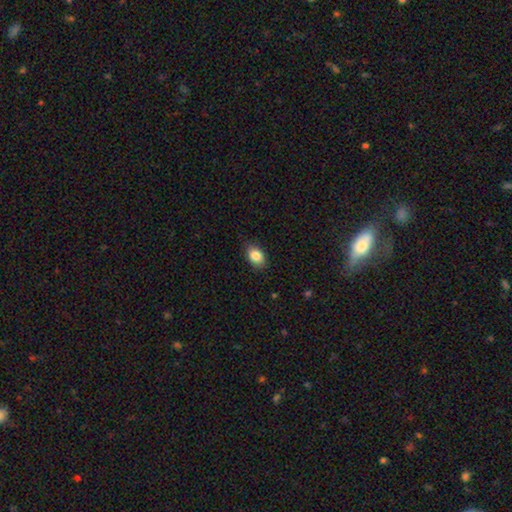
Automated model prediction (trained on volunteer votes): Smooth or featured: smooth — 86% (star or artifact — 8%)
How rounded: in between — 83% (round — 16%)
Merging: none — 84% (minor disturbance — 13%)